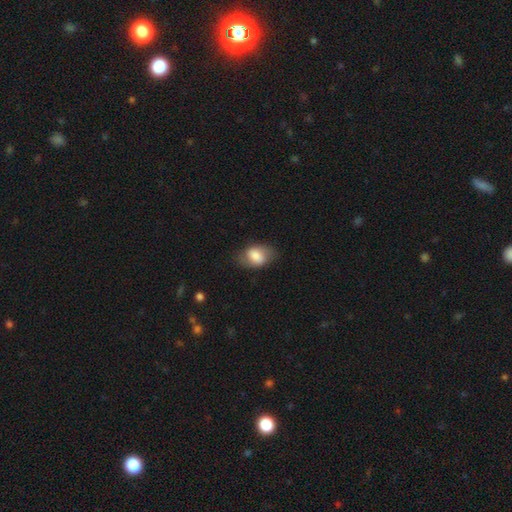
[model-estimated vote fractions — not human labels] Smooth or featured?
  - smooth: 74% *
  - featured or disk: 19%
  - star or artifact: 7%
How rounded?
  - in between: 82% *
  - round: 16%
  - cigar-shaped: 1%
Merging?
  - none: 73% *
  - minor disturbance: 19%
  - major disturbance: 7%
  - merger: 1%